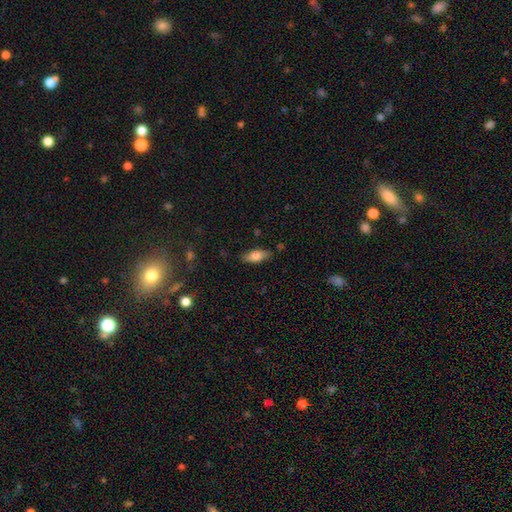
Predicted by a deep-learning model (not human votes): smooth_or_featured: smooth (p=0.76) [alt: featured or disk p=0.16]
how_rounded: in between (p=0.75) [alt: cigar-shaped p=0.22]
merging: none (p=0.81) [alt: minor disturbance p=0.14]